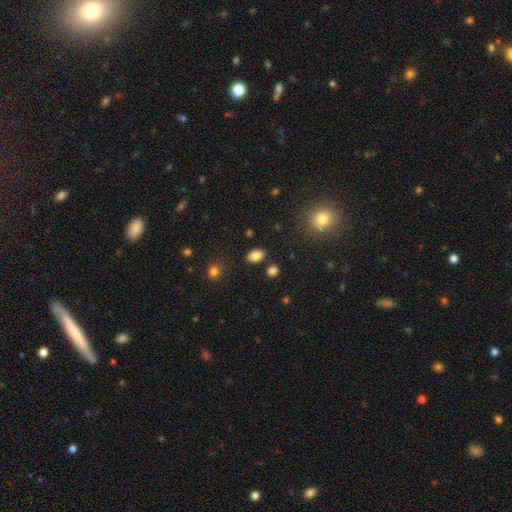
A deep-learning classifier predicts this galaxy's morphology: A smooth galaxy with no disk features (85%) that is in between round and cigar-shaped (83%). Merging: none (85%).